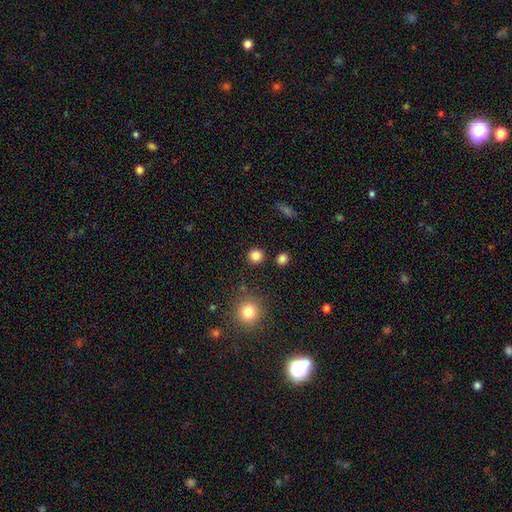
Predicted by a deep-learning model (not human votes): Smooth or featured? smooth (84%)
How rounded? round (92%)
Merging? none (88%)